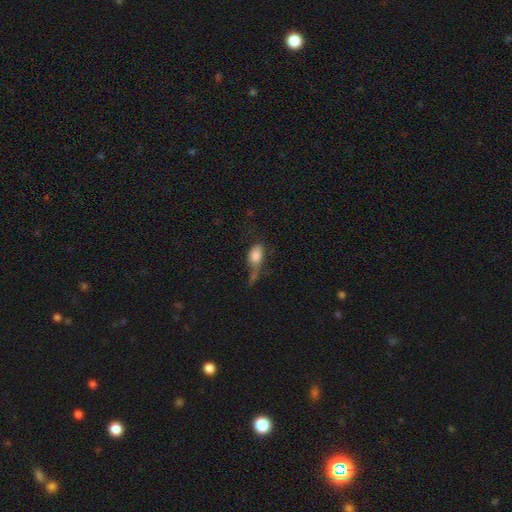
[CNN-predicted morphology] Smooth or featured? Predicted: smooth (p=0.79). How rounded? Predicted: in between (p=0.86). Merging? Predicted: major disturbance (p=0.28).